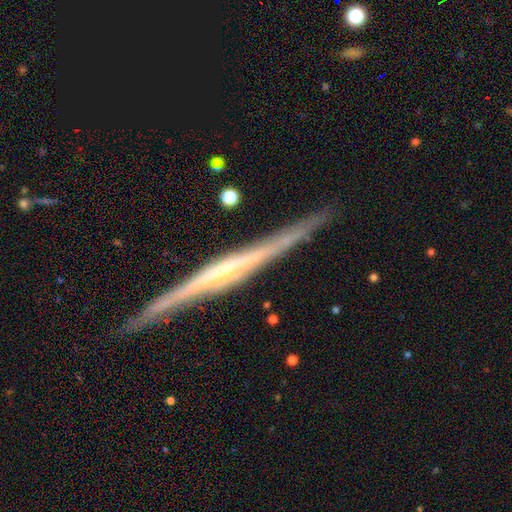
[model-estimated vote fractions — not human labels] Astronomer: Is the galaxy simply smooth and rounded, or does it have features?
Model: featured or disk — 84%.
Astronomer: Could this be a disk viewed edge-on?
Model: yes — 98%.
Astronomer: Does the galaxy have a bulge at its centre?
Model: rounded — 55%.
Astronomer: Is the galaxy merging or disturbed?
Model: none — 88%.